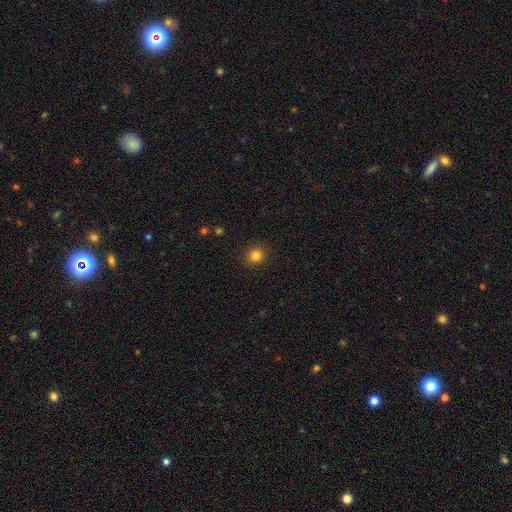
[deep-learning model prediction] A smooth galaxy with no disk features (82%) that is round (90%).

Vote fractions:
- Smooth or featured? smooth: 82% / star or artifact: 13% / featured or disk: 5%
- How rounded? round: 90% / in between: 9% / cigar-shaped: 1%
- Merging? none: 90% / minor disturbance: 7% / major disturbance: 2% / merger: 1%